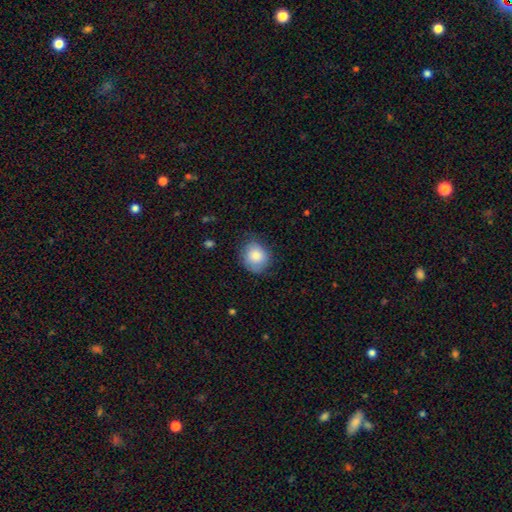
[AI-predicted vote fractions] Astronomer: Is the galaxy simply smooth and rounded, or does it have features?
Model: smooth — 82%.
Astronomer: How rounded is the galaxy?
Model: round — 65%.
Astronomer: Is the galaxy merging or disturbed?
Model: none — 71%.